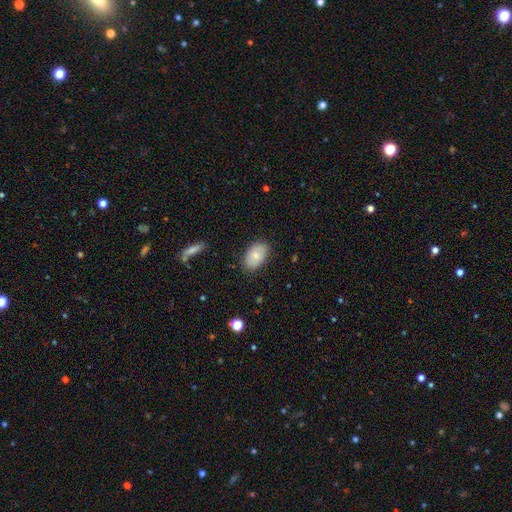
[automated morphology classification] A smooth galaxy with no disk features (77%) that is in between round and cigar-shaped (91%). Merging: none (83%).